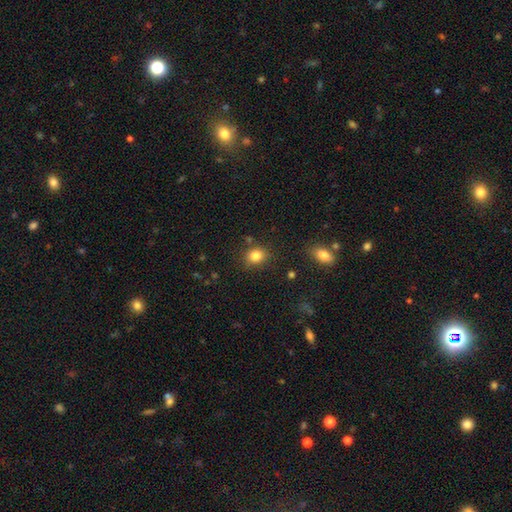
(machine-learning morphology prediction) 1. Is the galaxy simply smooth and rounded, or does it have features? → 83% smooth, 11% star or artifact, 6% featured or disk.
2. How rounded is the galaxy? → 63% round, 36% in between, 1% cigar-shaped.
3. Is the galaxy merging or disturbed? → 79% none, 13% minor disturbance, 4% merger, 4% major disturbance.